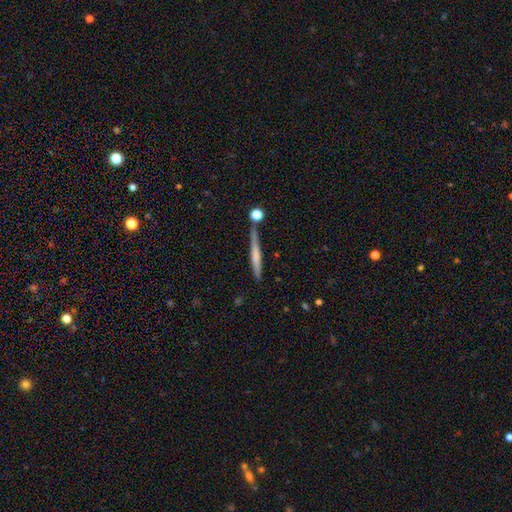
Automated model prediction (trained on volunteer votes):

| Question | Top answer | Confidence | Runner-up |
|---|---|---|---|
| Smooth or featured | smooth | 52% | featured or disk (41%) |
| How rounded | cigar-shaped | 95% | in between (3%) |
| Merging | none | 73% | minor disturbance (14%) |